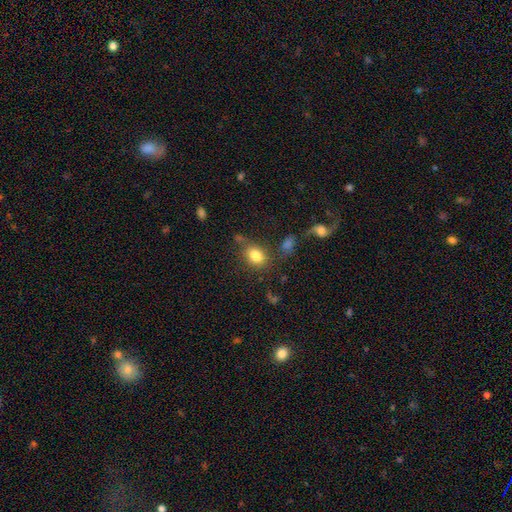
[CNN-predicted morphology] type=smooth (82%); roundness=in between (63%); merging=none (67%).